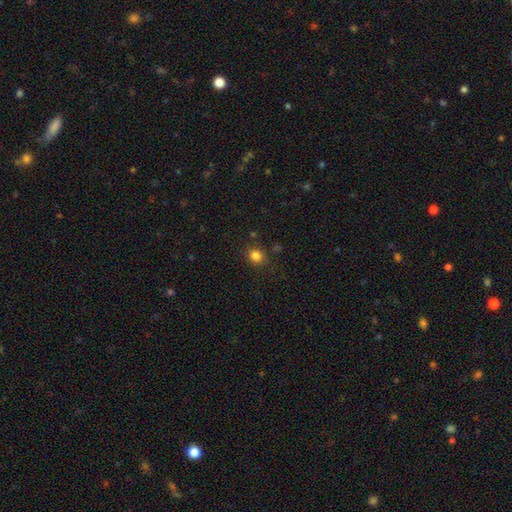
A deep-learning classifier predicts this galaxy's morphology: This appears to be a smooth galaxy with no disk features (83%) that is round (72%). Merging: none (84%).